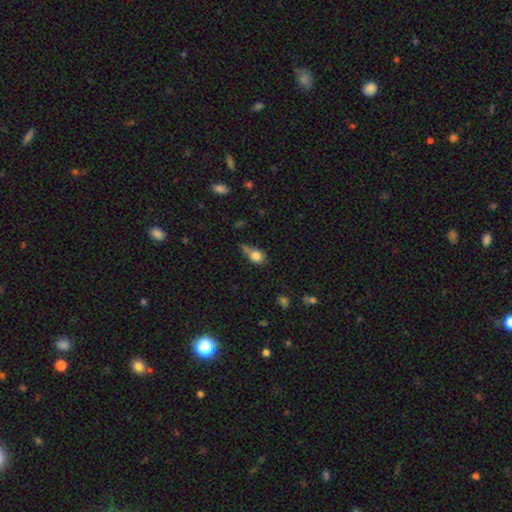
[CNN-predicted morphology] A smooth galaxy with no disk features (80%) that is round (51%).

Vote fractions:
- Smooth or featured? smooth: 80% / star or artifact: 10% / featured or disk: 10%
- How rounded? round: 51% / in between: 46% / cigar-shaped: 3%
- Merging? none: 37% / minor disturbance: 32% / merger: 16% / major disturbance: 15%